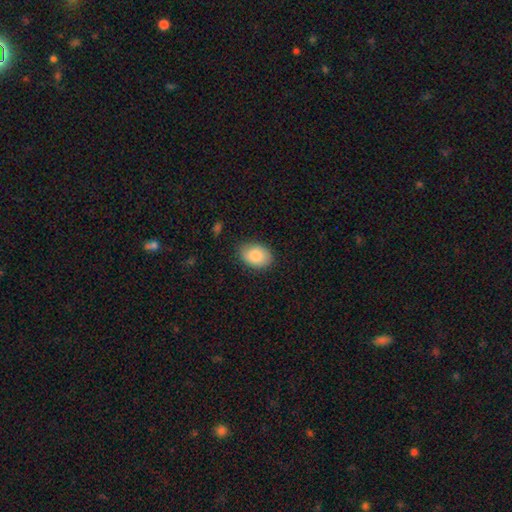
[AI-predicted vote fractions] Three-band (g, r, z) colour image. It shows a smooth galaxy with no disk features (88%) that is in between round and cigar-shaped (83%). Merging: none (83%).